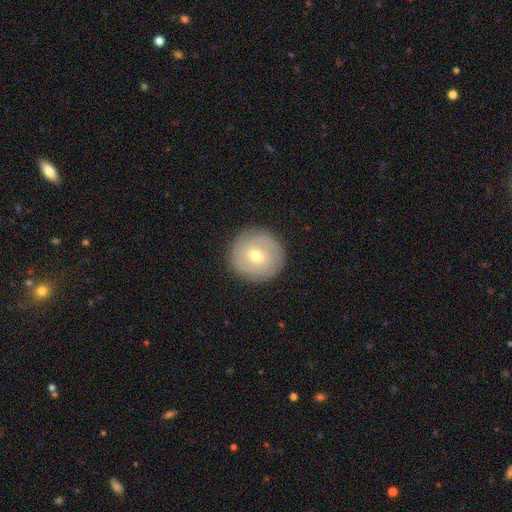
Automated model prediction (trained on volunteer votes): A featured or disk galaxy (47%).

Vote fractions:
- Smooth or featured? featured or disk: 47% / smooth: 45% / star or artifact: 8%
- Merging? none: 89% / minor disturbance: 8% / major disturbance: 3% / merger: 1%